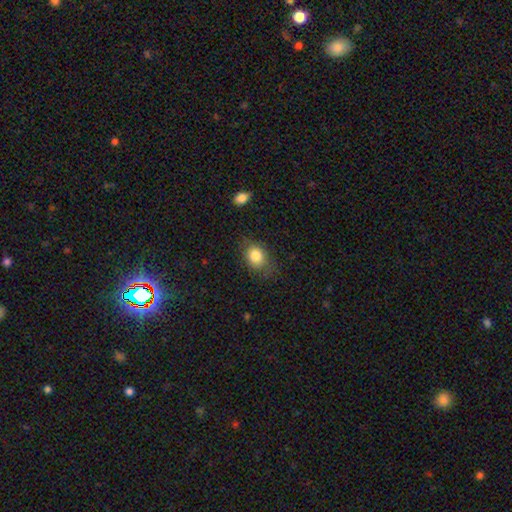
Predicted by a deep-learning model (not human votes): A smooth galaxy with no disk features (83%) that is in between round and cigar-shaped (60%).

Vote fractions:
- Smooth or featured? smooth: 83% / star or artifact: 9% / featured or disk: 8%
- How rounded? in between: 60% / round: 39% / cigar-shaped: 1%
- Merging? none: 71% / minor disturbance: 21% / major disturbance: 6% / merger: 2%